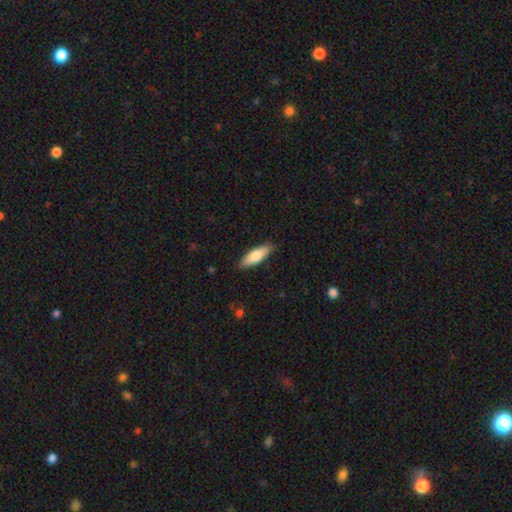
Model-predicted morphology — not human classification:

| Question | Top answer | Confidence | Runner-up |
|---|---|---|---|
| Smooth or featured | smooth | 79% | featured or disk (16%) |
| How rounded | in between | 53% | cigar-shaped (45%) |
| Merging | none | 86% | minor disturbance (11%) |